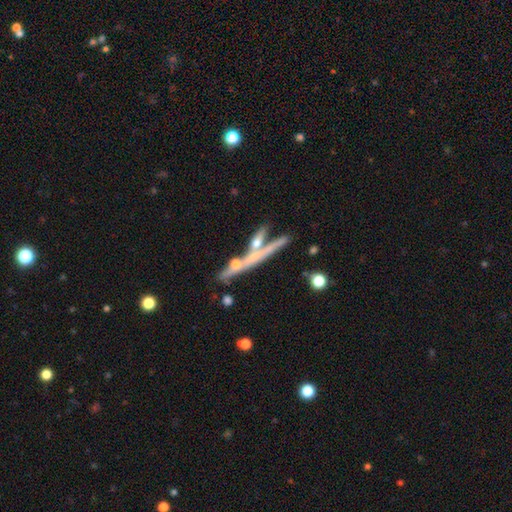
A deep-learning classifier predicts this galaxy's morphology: A featured or disk galaxy (64%) viewed edge-on (87%) with no central bulge (53%). Merging: none (53%).